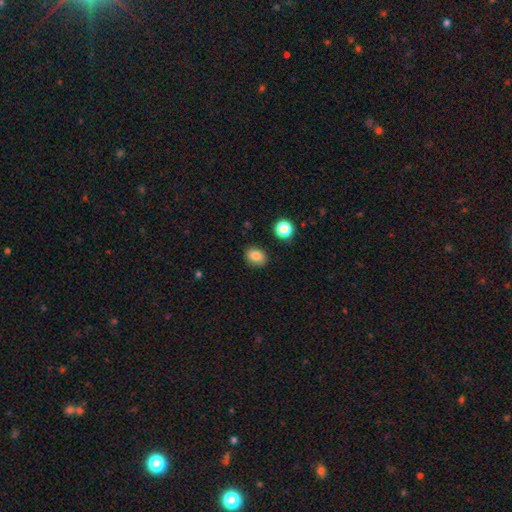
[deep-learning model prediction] Smooth or featured? smooth (84%)
How rounded? in between (53%)
Merging? none (85%)